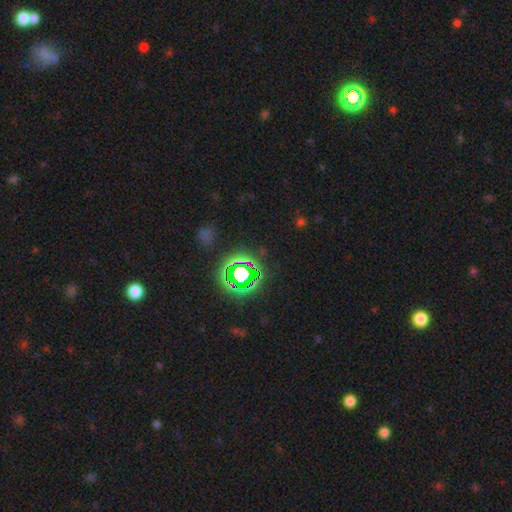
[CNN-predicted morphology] The model was most divided on "smooth or featured": star or artifact: 78%, smooth: 16%, featured or disk: 7%.